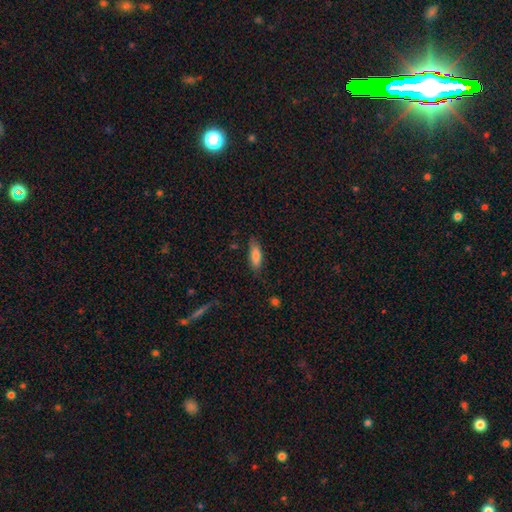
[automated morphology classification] type=smooth (80%); roundness=in between (57%); merging=none (80%).